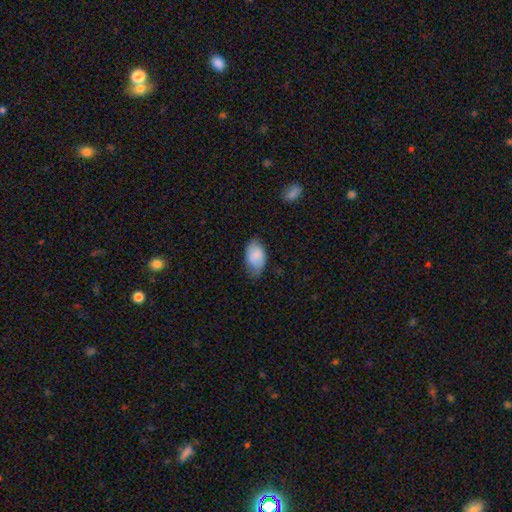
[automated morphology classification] Smooth or featured? Predicted: smooth (p=0.76). How rounded? Predicted: in between (p=0.92). Merging? Predicted: none (p=0.59).